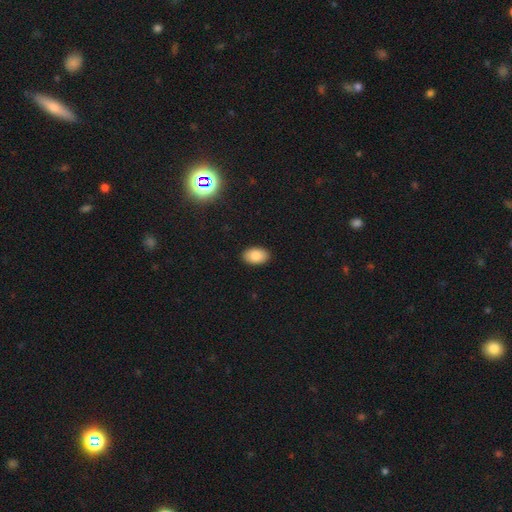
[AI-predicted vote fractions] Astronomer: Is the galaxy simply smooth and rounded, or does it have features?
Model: smooth — 86%.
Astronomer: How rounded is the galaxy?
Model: in between — 92%.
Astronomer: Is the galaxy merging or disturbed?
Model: none — 90%.